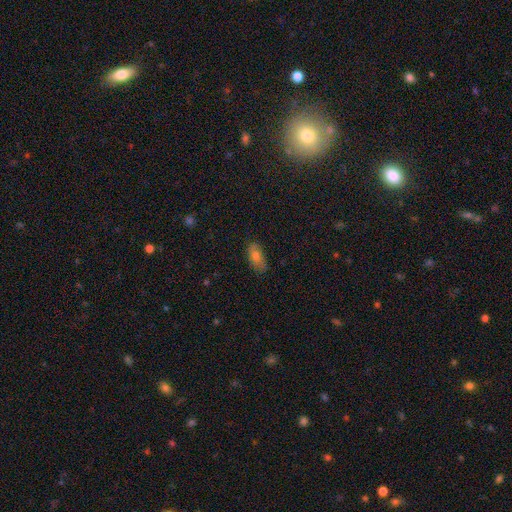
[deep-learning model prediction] Overall: smooth (73%). How rounded: in between (84%). Merging: none (78%).